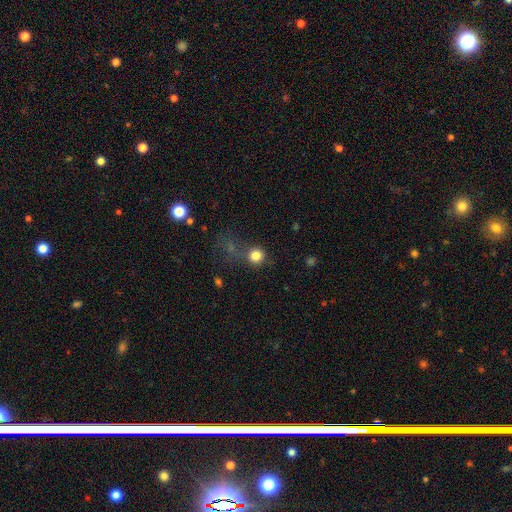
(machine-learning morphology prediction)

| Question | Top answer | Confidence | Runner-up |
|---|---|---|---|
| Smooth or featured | smooth | 81% | star or artifact (13%) |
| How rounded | round | 90% | in between (9%) |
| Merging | none | 67% | minor disturbance (15%) |